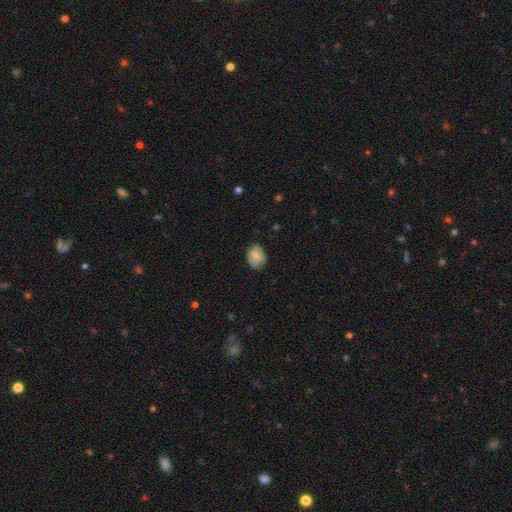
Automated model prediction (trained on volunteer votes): Smooth or featured? Predicted: smooth (p=0.69). How rounded? Predicted: in between (p=0.60). Merging? Predicted: none (p=0.69).